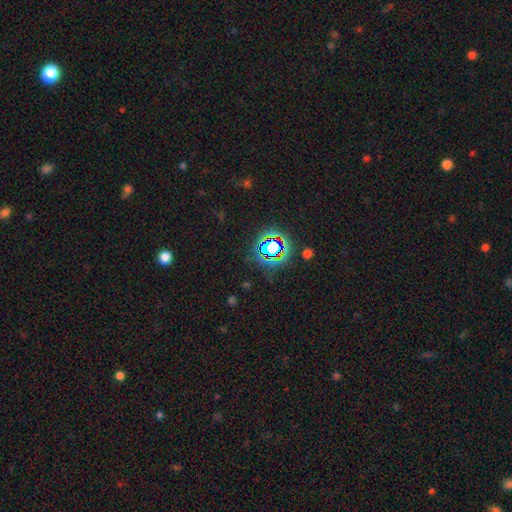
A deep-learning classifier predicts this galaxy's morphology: Smooth or featured: star or artifact — 78% (smooth — 14%)